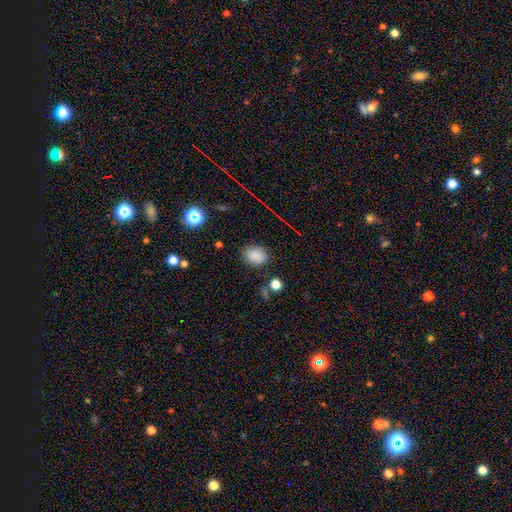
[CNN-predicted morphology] Smooth or featured? smooth (82%)
How rounded? in between (63%)
Merging? none (80%)